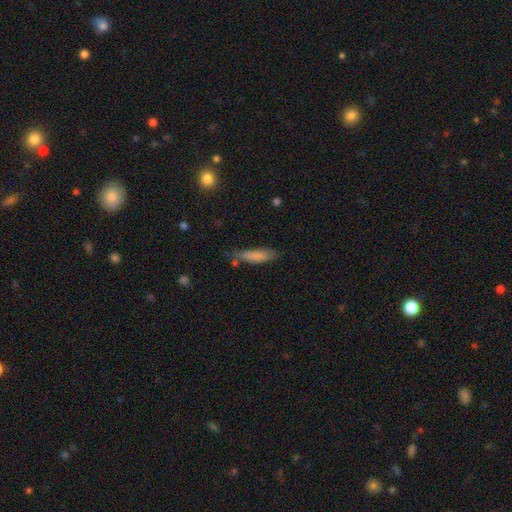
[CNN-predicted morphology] Smooth or featured? smooth (80%)
How rounded? cigar-shaped (63%)
Merging? none (63%)